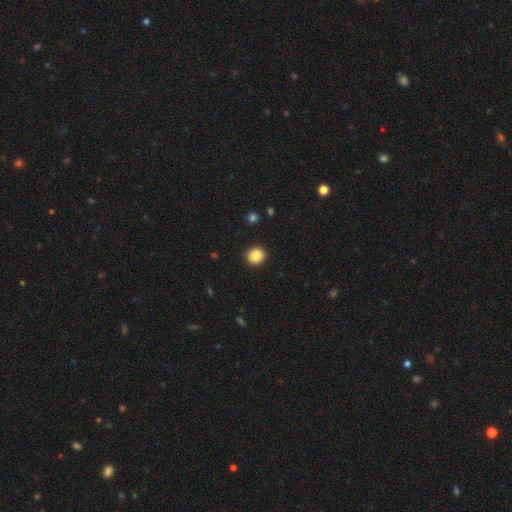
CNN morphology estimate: Smooth or featured? smooth (87%)
How rounded? round (82%)
Merging? none (89%)